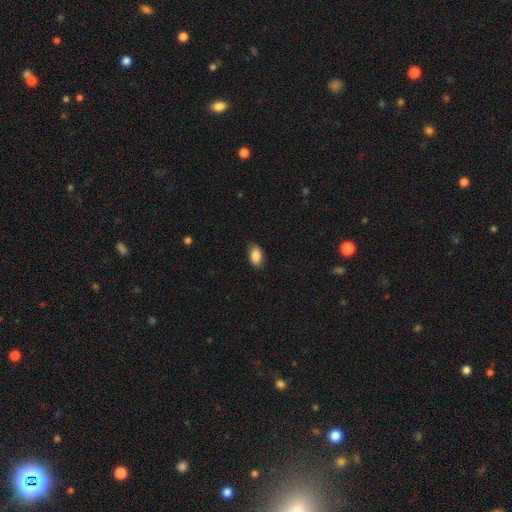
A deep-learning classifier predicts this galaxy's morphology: Overall: smooth (87%). How rounded: in between (90%). Merging: none (85%).